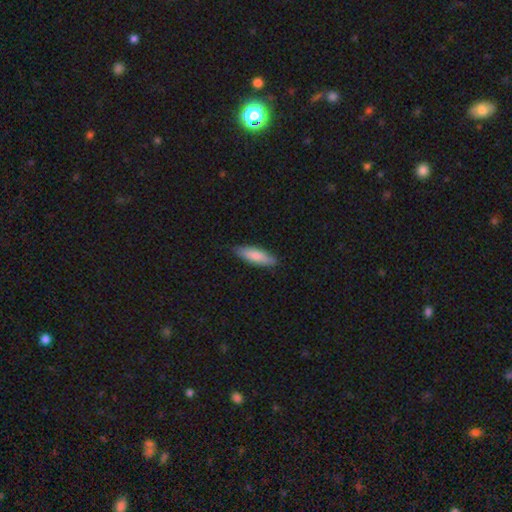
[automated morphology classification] Smooth or featured?
  - smooth: 83% *
  - featured or disk: 12%
  - star or artifact: 5%
How rounded?
  - cigar-shaped: 57% *
  - in between: 41%
  - round: 2%
Merging?
  - none: 86% *
  - minor disturbance: 11%
  - major disturbance: 2%
  - merger: 1%